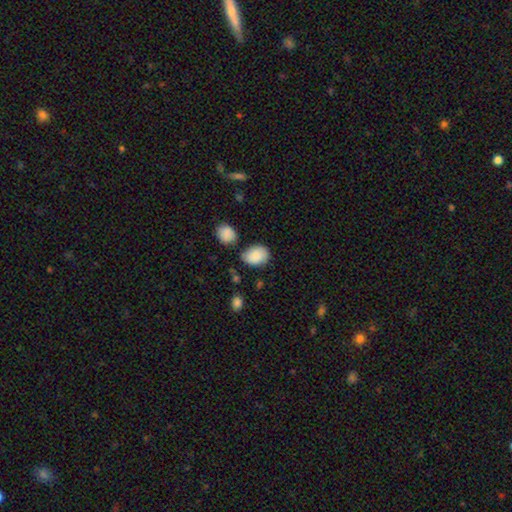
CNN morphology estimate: The model was most divided on "how rounded": in between: 71%, round: 28%, cigar-shaped: 1%. More confident: smooth or featured — smooth (87%); merging — none (69%).